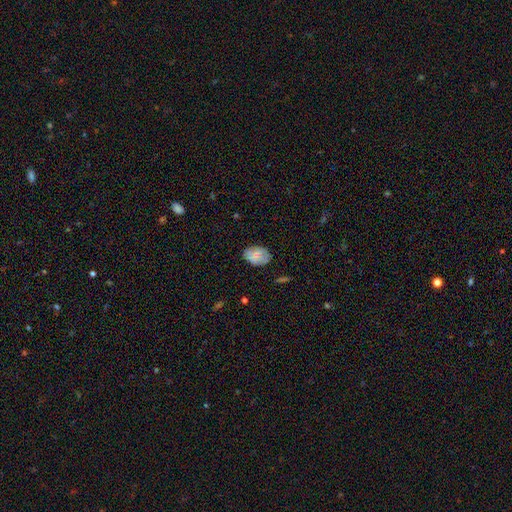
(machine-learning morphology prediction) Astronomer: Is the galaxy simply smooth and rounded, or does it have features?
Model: smooth — 73%.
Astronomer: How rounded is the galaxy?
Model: in between — 83%.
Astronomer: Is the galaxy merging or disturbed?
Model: none — 74%.